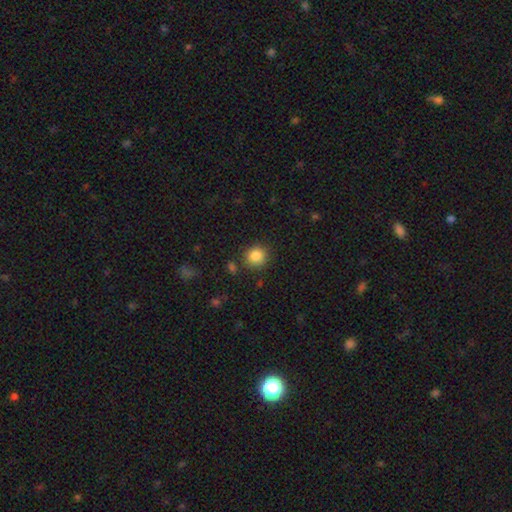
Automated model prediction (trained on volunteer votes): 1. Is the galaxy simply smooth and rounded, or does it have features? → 86% smooth, 10% star or artifact, 5% featured or disk.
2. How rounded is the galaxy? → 90% round, 10% in between, 1% cigar-shaped.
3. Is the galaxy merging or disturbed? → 86% none, 8% minor disturbance, 3% merger, 3% major disturbance.